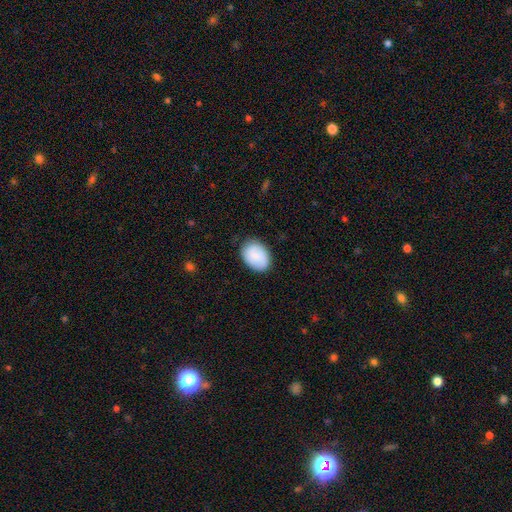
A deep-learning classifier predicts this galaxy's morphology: Smooth or featured? smooth (82%)
How rounded? in between (78%)
Merging? none (80%)